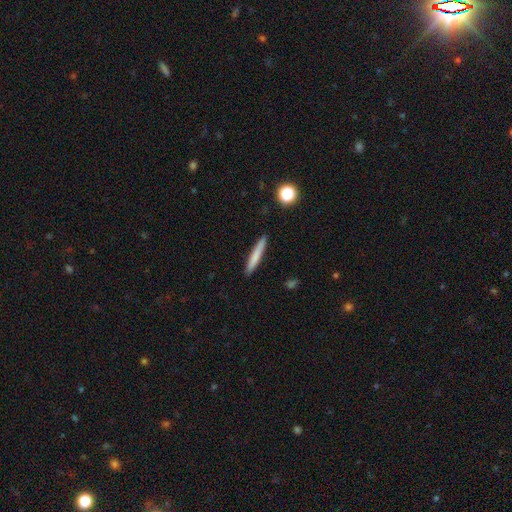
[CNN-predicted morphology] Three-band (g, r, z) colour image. It shows a smooth galaxy with no disk features (73%) that is cigar-shaped (95%). Merging: none (90%).